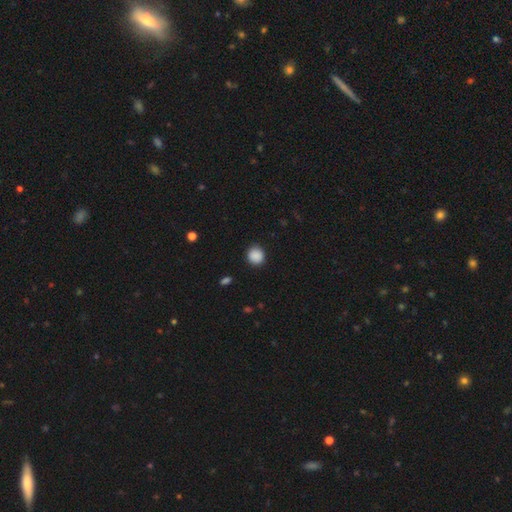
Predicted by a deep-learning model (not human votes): Smooth or featured: smooth — 89% (star or artifact — 9%)
How rounded: round — 89% (in between — 10%)
Merging: none — 89% (minor disturbance — 7%)